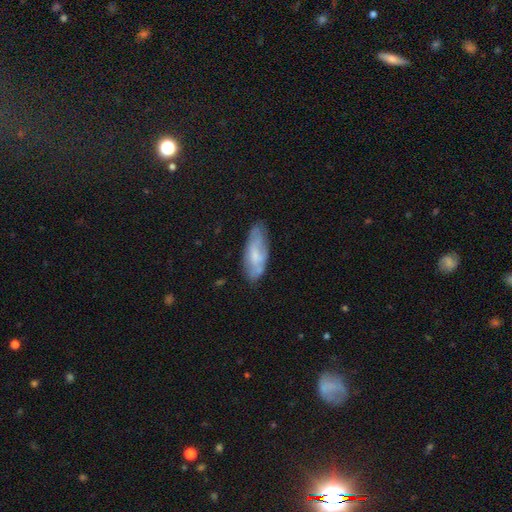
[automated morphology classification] The model was most divided on "smooth or featured": smooth: 53%, featured or disk: 40%, star or artifact: 7%. More confident: how rounded — in between (78%); merging — none (63%).